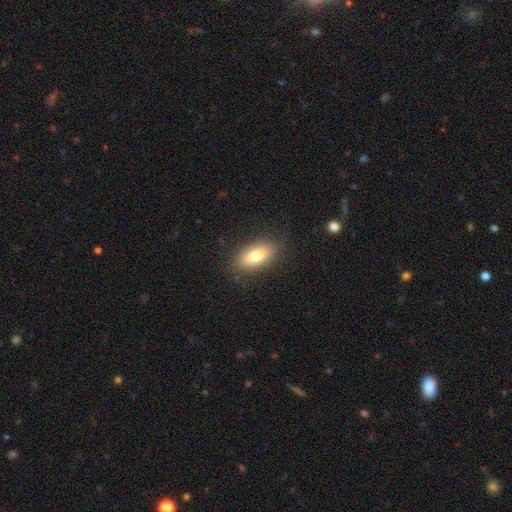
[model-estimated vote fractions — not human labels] This appears to be a smooth galaxy with no disk features (74%) that is in between round and cigar-shaped (87%). Merging: none (85%).